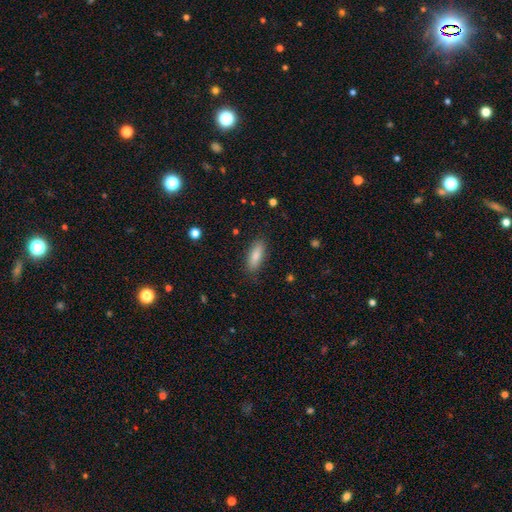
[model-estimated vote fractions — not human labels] Smooth or featured? Predicted: smooth (p=0.85). How rounded? Predicted: in between (p=0.67). Merging? Predicted: none (p=0.85).